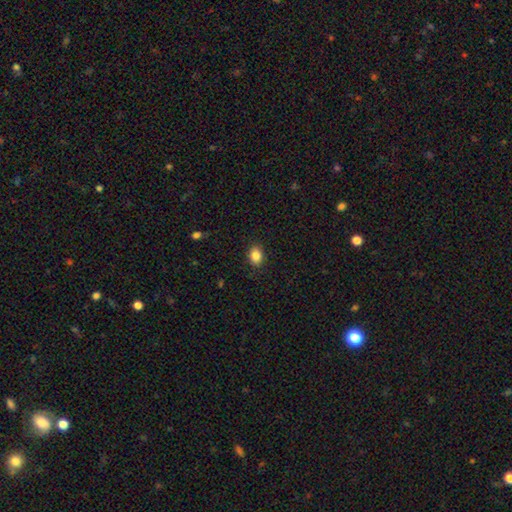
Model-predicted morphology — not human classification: This appears to be a smooth galaxy with no disk features (86%) that is in between round and cigar-shaped (60%). Merging: none (88%).